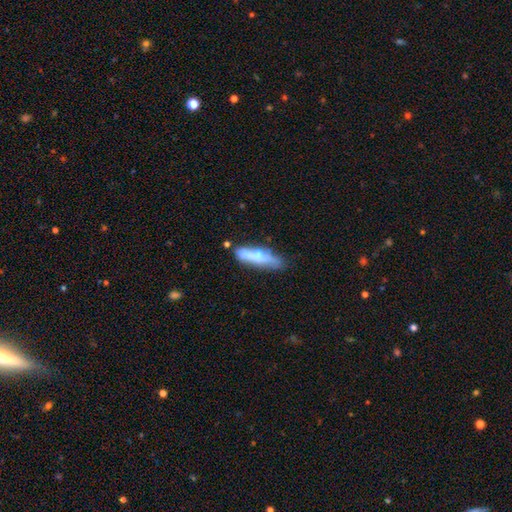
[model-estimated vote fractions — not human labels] Overall: smooth (50%; featured or disk 43%). Merging: none (40%; minor disturbance 23%).